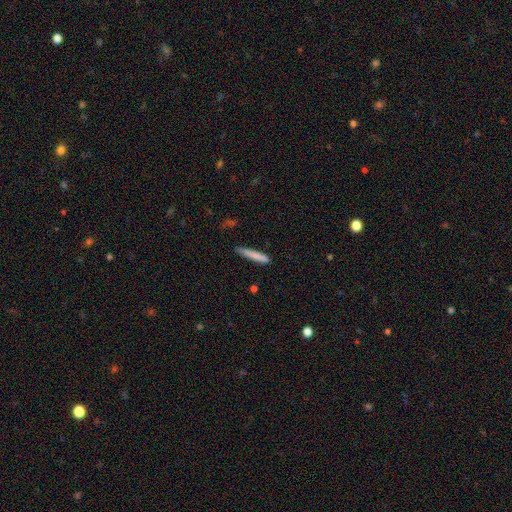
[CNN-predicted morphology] smooth 80%, featured or disk 13%, star or artifact 6%. Down the decision tree: how rounded — cigar-shaped (94%); merging — none (79%).